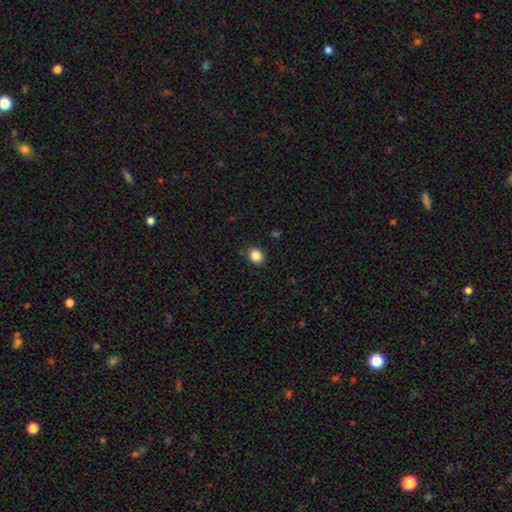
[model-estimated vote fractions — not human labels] The model was most divided on "how rounded": round: 79%, in between: 21%, cigar-shaped: 1%. More confident: merging — none (90%); smooth or featured — smooth (86%).